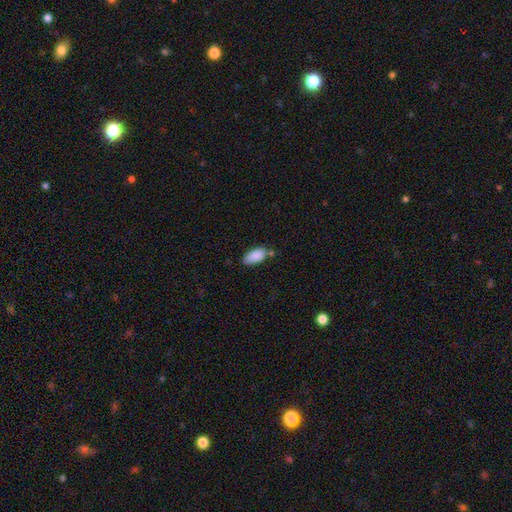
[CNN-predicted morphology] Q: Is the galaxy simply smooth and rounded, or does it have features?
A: smooth — 89%.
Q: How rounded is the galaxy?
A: in between — 91%.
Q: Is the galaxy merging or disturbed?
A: none — 66%.